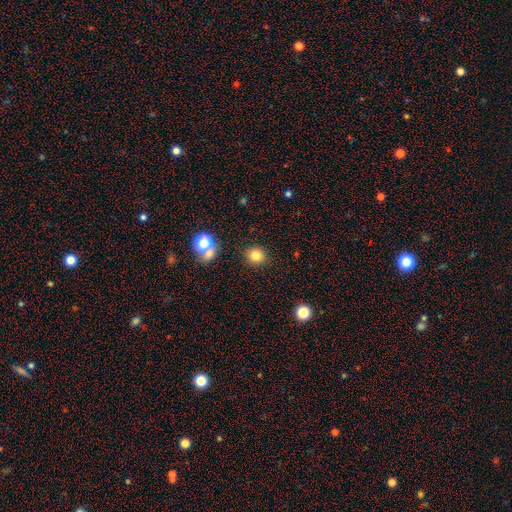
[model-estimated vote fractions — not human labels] Overall: smooth (80%). How rounded: round (86%). Merging: none (87%).